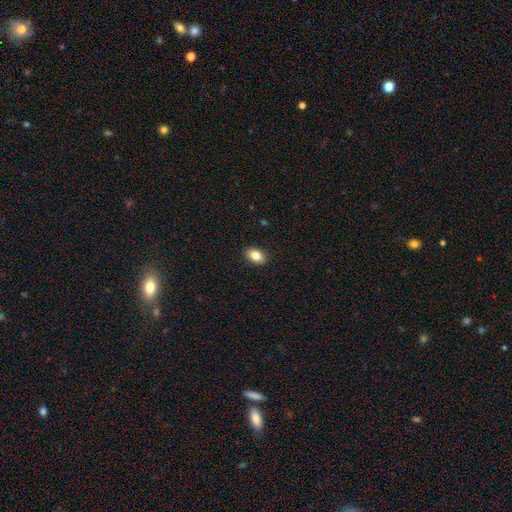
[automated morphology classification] smooth-or-featured: smooth: 83% | featured or disk: 8% | star or artifact: 8%
  how-rounded: in between: 86% | round: 12% | cigar-shaped: 1%
  merging: none: 90% | minor disturbance: 7% | major disturbance: 2% | merger: 1%